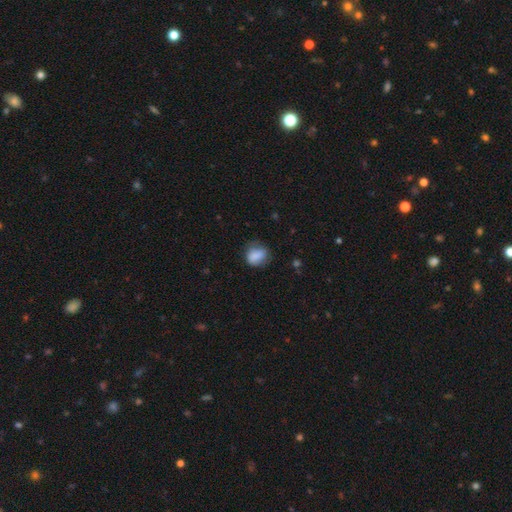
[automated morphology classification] This is likely a smooth galaxy (79%). How rounded: possibly round (53%). Merging: likely none (61%).